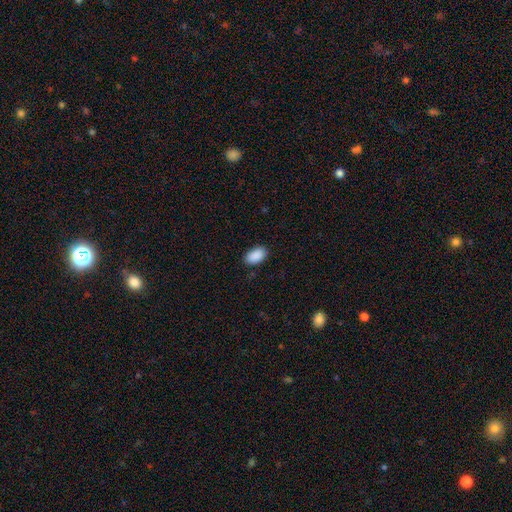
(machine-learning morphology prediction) A smooth galaxy with no disk features (91%) that is in between round and cigar-shaped (94%).

Vote fractions:
- Smooth or featured? smooth: 91% / star or artifact: 7% / featured or disk: 2%
- How rounded? in between: 94% / round: 4% / cigar-shaped: 2%
- Merging? none: 88% / minor disturbance: 9% / major disturbance: 2% / merger: 1%